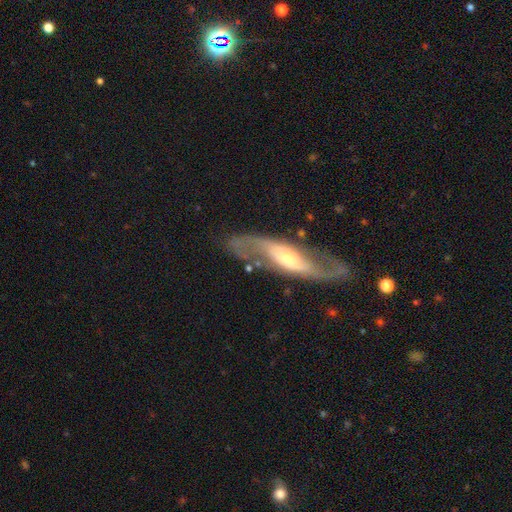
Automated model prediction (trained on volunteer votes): smooth_or_featured: featured or disk (p=0.86) [alt: smooth p=0.07]
disk_edge_on: no (p=0.79) [alt: yes p=0.21]
bar: weak (p=0.41) [alt: no p=0.32]
has_spiral_arms: yes (p=0.95) [alt: no p=0.05]
spiral_winding: loose (p=0.46) [alt: medium p=0.39]
spiral_arm_count: 2 (p=0.90) [alt: can't tell p=0.05]
bulge_size: moderate (p=0.56) [alt: small p=0.29]
merging: none (p=0.76) [alt: minor disturbance p=0.15]